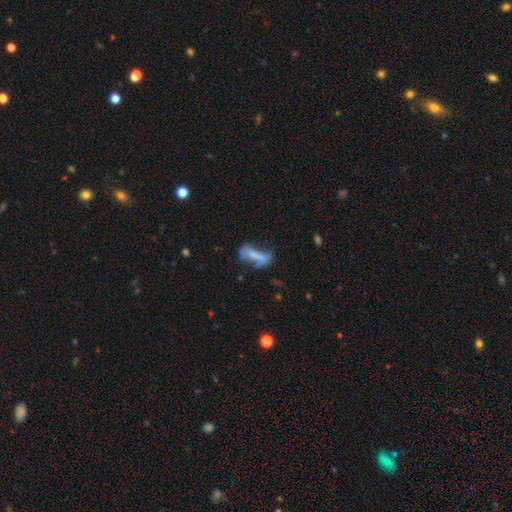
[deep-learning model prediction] Smooth or featured?
  - smooth: 49% *
  - featured or disk: 39%
  - star or artifact: 12%
Merging?
  - major disturbance: 33% *
  - none: 31%
  - minor disturbance: 24%
  - merger: 12%